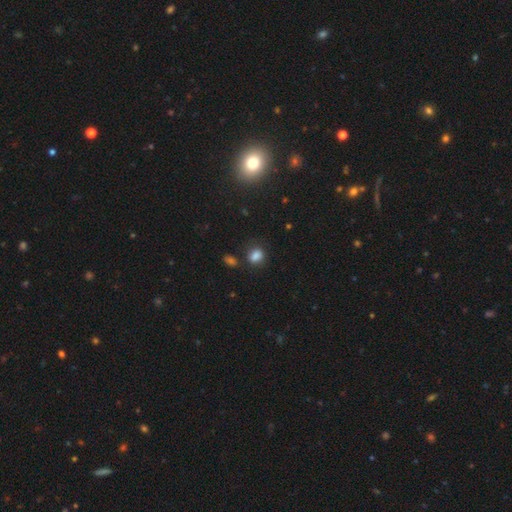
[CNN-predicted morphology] smooth_or_featured: smooth (p=0.81) [alt: star or artifact p=0.13]
how_rounded: in between (p=0.56) [alt: round p=0.42]
merging: none (p=0.69) [alt: minor disturbance p=0.18]